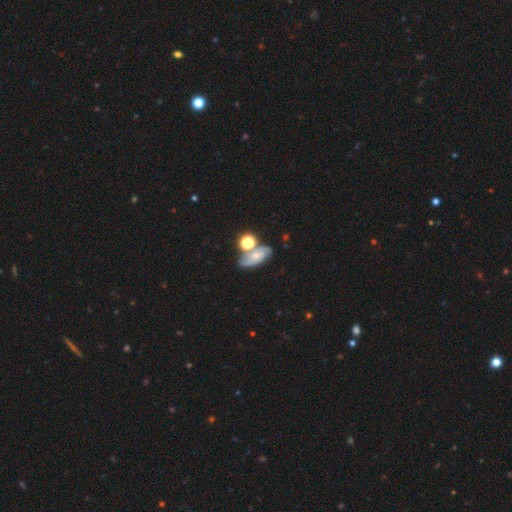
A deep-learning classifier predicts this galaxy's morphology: A featured or disk galaxy (50%). Merging: none (52%).